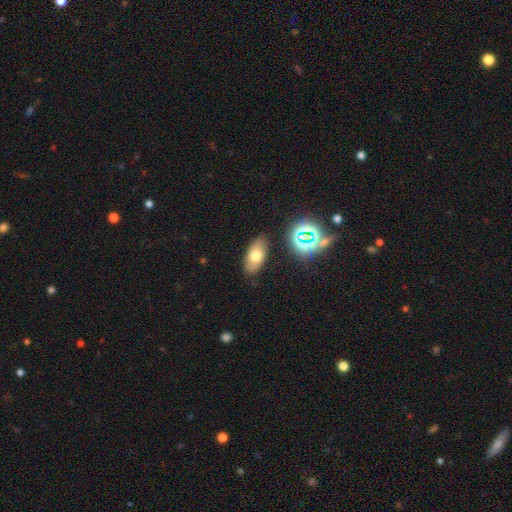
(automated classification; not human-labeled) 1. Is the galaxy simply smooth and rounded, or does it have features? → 66% smooth, 21% featured or disk, 14% star or artifact.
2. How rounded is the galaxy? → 89% in between, 6% round, 6% cigar-shaped.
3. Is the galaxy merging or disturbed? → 84% none, 11% minor disturbance, 3% major disturbance, 2% merger.